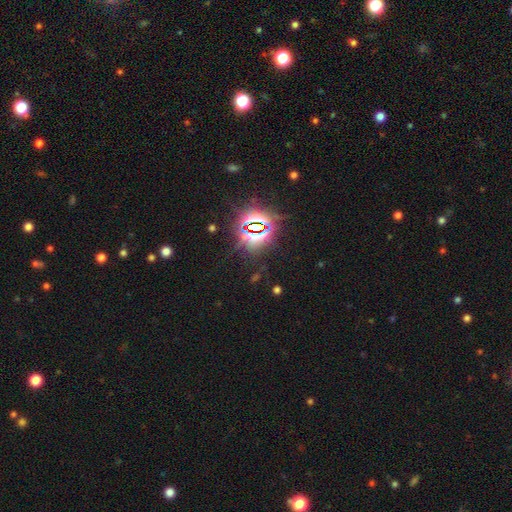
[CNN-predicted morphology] Smooth or featured? star or artifact (85%)